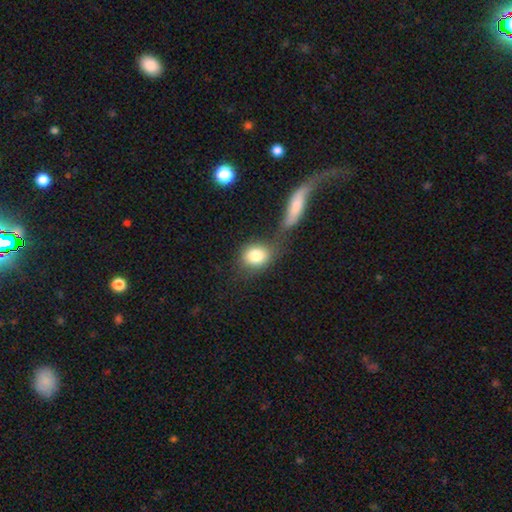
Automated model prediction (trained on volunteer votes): Smooth or featured? Predicted: smooth (p=0.82). How rounded? Predicted: round (p=0.60). Merging? Predicted: none (p=0.52).